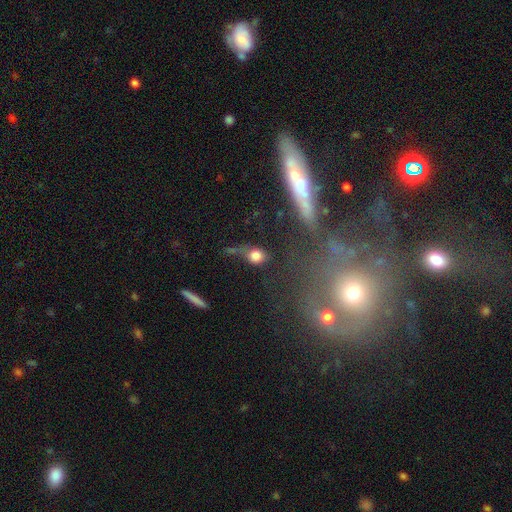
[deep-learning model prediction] This appears to be a smooth galaxy with no disk features (73%) that is round (62%). Merging: none (34%).